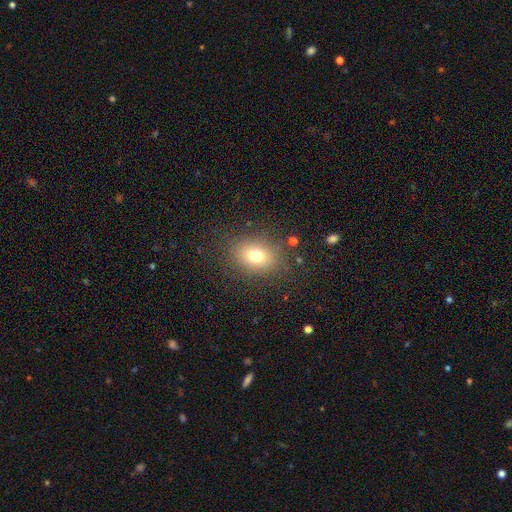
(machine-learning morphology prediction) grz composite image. It shows a smooth galaxy with no disk features (74%) that is in between round and cigar-shaped (65%). Merging: none (82%).